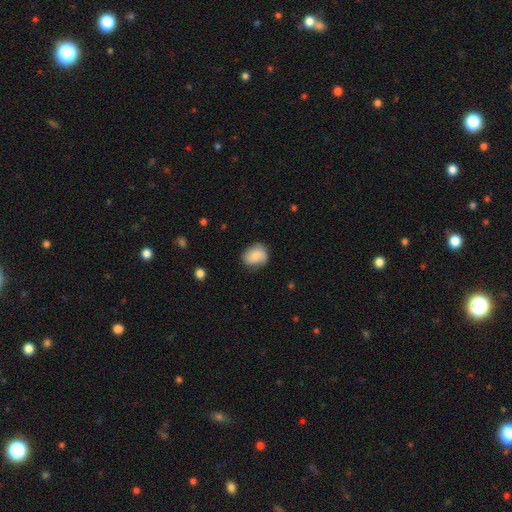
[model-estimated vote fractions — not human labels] Overall: smooth (78%). How rounded: round (56%; in between 43%). Merging: none (71%).